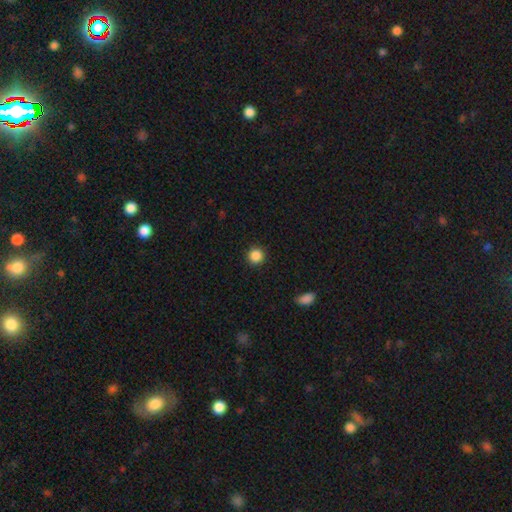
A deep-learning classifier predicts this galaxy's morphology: This is clearly a smooth galaxy (87%). How rounded: clearly round (95%). Merging: clearly none (92%).